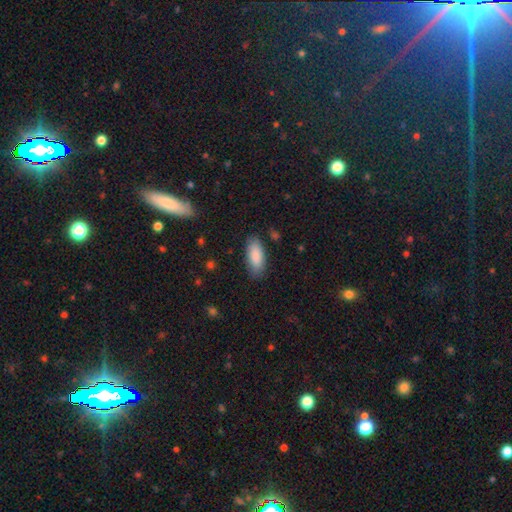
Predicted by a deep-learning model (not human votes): smooth 87%, featured or disk 7%, star or artifact 6%. Down the decision tree: how rounded — in between (86%); merging — none (84%).